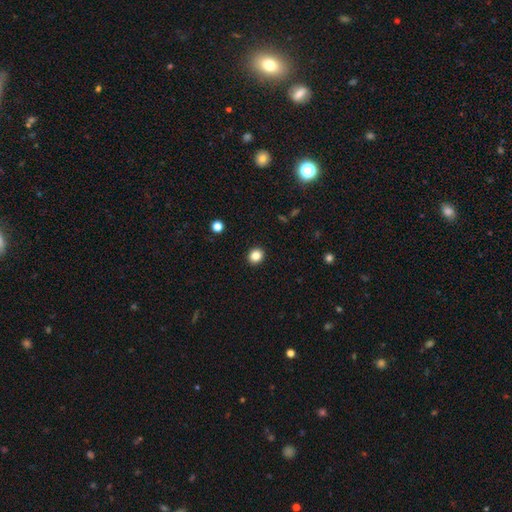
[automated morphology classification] smooth-or-featured: smooth: 84% | star or artifact: 11% | featured or disk: 5%
  how-rounded: round: 79% | in between: 20% | cigar-shaped: 1%
  merging: none: 92% | minor disturbance: 5% | major disturbance: 2% | merger: 1%